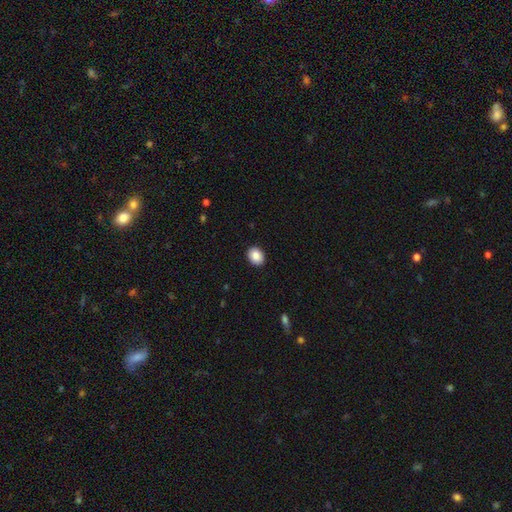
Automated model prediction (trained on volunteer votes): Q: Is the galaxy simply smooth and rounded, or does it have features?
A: smooth — 88%.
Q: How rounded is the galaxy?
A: in between — 54%.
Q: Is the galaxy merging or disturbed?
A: none — 91%.